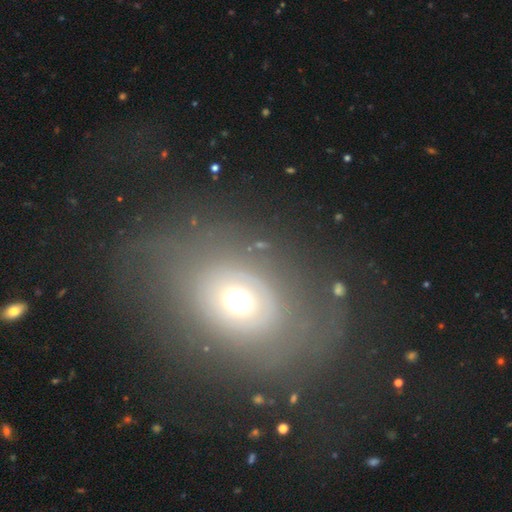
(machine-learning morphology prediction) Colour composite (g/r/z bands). It shows a featured or disk galaxy (43%). Merging: none (66%).